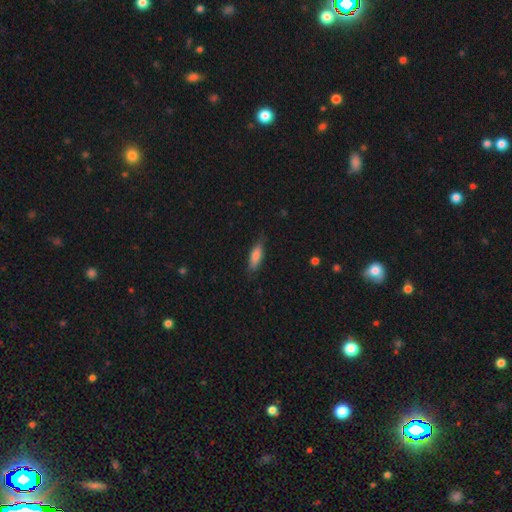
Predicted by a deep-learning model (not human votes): smooth 77%, featured or disk 17%, star or artifact 6%. Down the decision tree: how rounded — in between (53%); merging — none (79%).